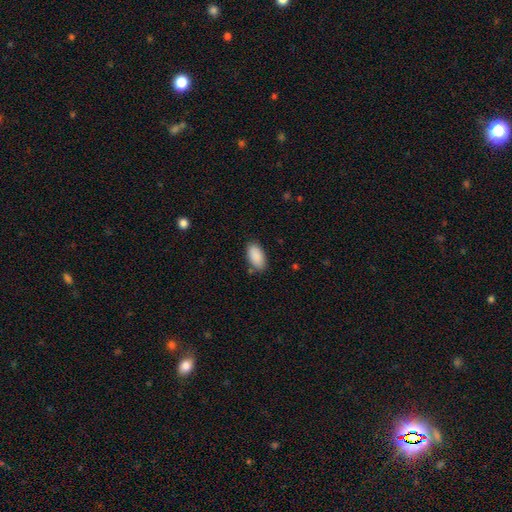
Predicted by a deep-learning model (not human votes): This is clearly a smooth galaxy (90%). How rounded: clearly in between (95%). Merging: clearly none (82%).